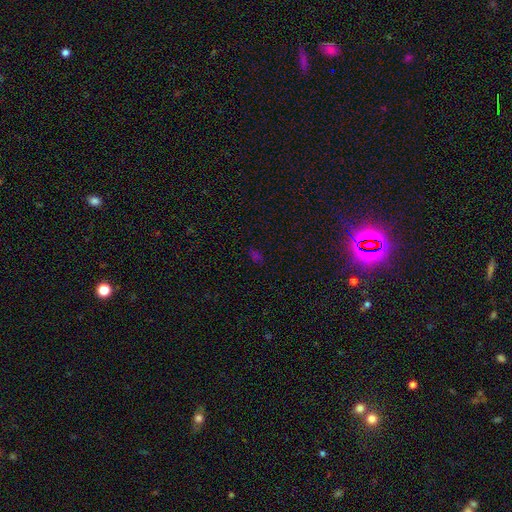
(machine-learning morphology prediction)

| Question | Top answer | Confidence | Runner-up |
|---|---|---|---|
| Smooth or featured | smooth | 57% | star or artifact (37%) |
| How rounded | in between | 83% | round (13%) |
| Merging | none | 79% | minor disturbance (14%) |